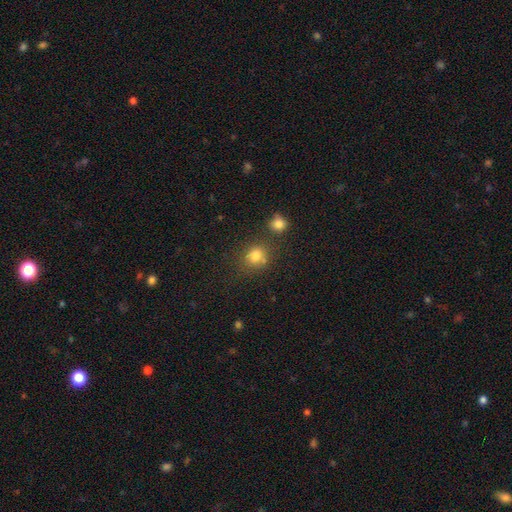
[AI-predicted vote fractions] This appears to be a smooth galaxy with no disk features (79%) that is round (75%). Merging: none (64%).